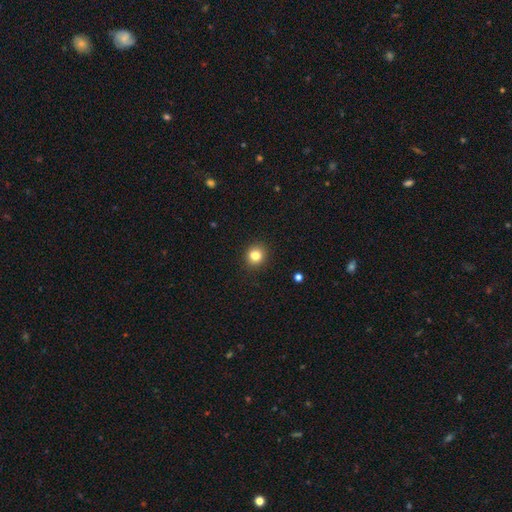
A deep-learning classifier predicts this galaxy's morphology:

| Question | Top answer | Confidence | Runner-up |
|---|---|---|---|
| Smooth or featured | smooth | 83% | star or artifact (11%) |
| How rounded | round | 85% | in between (14%) |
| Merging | none | 91% | minor disturbance (6%) |